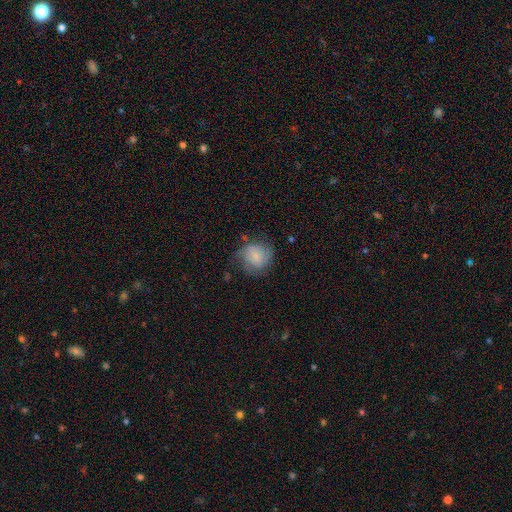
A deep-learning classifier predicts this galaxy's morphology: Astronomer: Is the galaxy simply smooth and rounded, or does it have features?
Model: smooth — 59%.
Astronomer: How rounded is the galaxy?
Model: round — 82%.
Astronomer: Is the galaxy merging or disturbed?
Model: none — 57%.